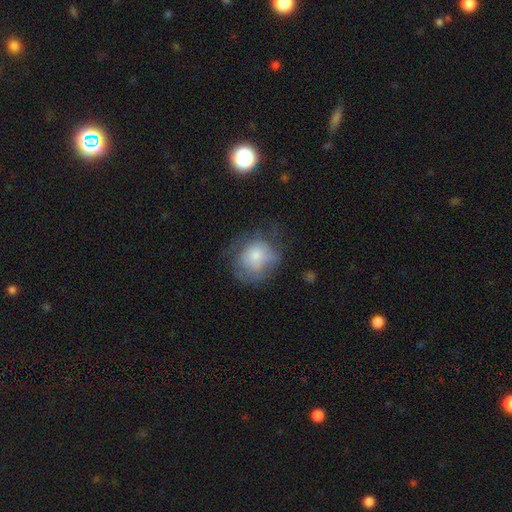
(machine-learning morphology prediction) Smooth or featured? smooth (63%)
How rounded? round (76%)
Merging? none (47%)